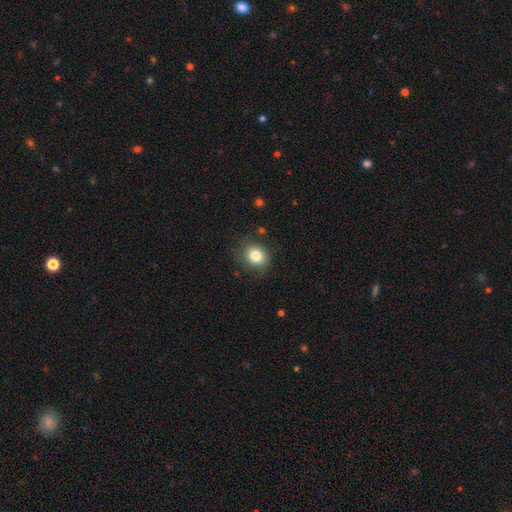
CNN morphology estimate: smooth-or-featured: smooth: 82% | star or artifact: 11% | featured or disk: 8%
  how-rounded: round: 66% | in between: 33% | cigar-shaped: 1%
  merging: none: 82% | minor disturbance: 13% | major disturbance: 4% | merger: 1%